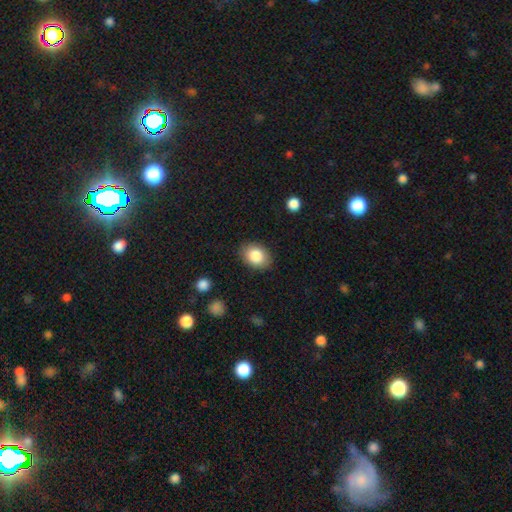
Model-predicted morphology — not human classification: Q: Smooth or featured?
A: smooth (85%); runner-up: featured or disk (8%)
Q: How rounded?
A: in between (72%); runner-up: round (27%)
Q: Merging?
A: none (86%); runner-up: minor disturbance (11%)